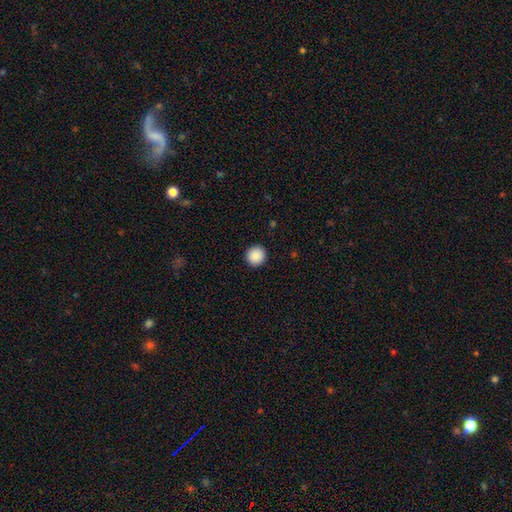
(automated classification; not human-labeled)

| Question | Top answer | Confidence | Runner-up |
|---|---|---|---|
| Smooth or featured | smooth | 89% | star or artifact (8%) |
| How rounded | round | 94% | in between (5%) |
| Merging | none | 93% | minor disturbance (4%) |